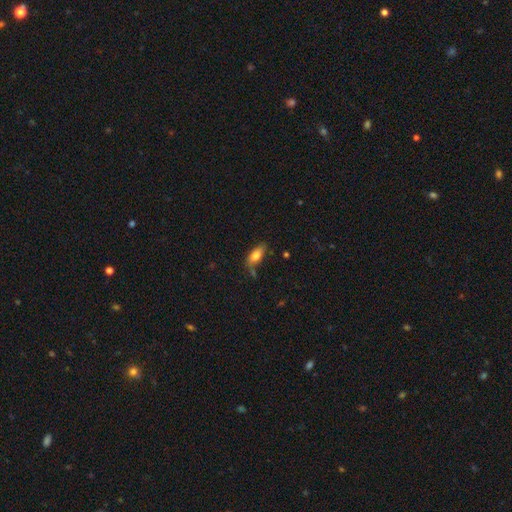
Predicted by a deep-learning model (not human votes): smooth_or_featured: smooth (p=0.76) [alt: featured or disk p=0.16]
how_rounded: in between (p=0.81) [alt: cigar-shaped p=0.15]
merging: none (p=0.61) [alt: minor disturbance p=0.24]